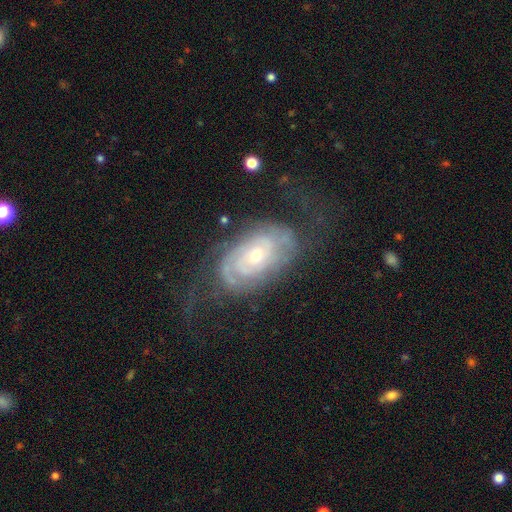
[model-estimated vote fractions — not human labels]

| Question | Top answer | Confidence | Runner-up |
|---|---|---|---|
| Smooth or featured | featured or disk | 82% | smooth (11%) |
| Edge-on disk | no | 94% | yes (6%) |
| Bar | no | 72% | weak (22%) |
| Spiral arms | yes | 91% | no (9%) |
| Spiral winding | tight | 70% | medium (22%) |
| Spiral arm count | can't tell | 40% | 2 (36%) |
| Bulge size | small | 52% | moderate (44%) |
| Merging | none | 61% | minor disturbance (20%) |